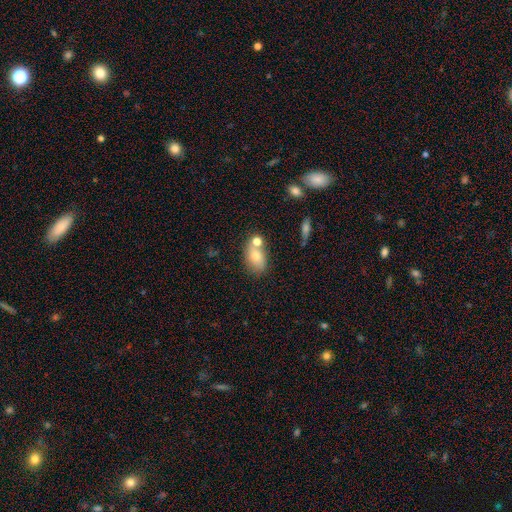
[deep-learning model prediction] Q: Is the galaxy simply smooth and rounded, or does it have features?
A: smooth — 70%.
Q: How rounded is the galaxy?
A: in between — 80%.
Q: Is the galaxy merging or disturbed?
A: none — 53%.